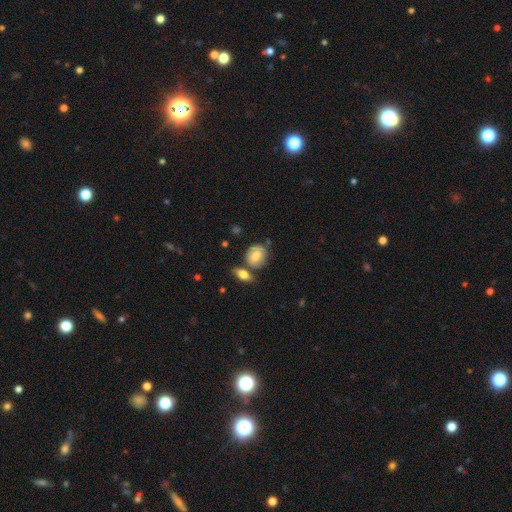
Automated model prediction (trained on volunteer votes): A smooth galaxy with no disk features (68%) that is round (53%).

Vote fractions:
- Smooth or featured? smooth: 68% / featured or disk: 24% / star or artifact: 8%
- How rounded? round: 53% / in between: 45% / cigar-shaped: 2%
- Merging? none: 59% / minor disturbance: 19% / merger: 16% / major disturbance: 5%